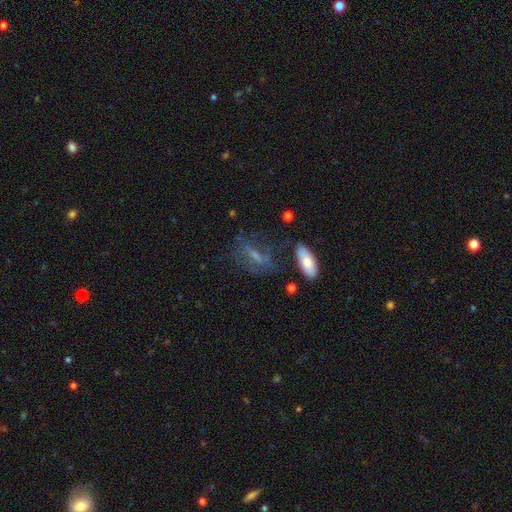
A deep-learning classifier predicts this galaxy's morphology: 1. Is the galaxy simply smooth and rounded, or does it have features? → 49% featured or disk, 34% smooth, 16% star or artifact.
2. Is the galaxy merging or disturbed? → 52% none, 21% minor disturbance, 21% major disturbance, 6% merger.